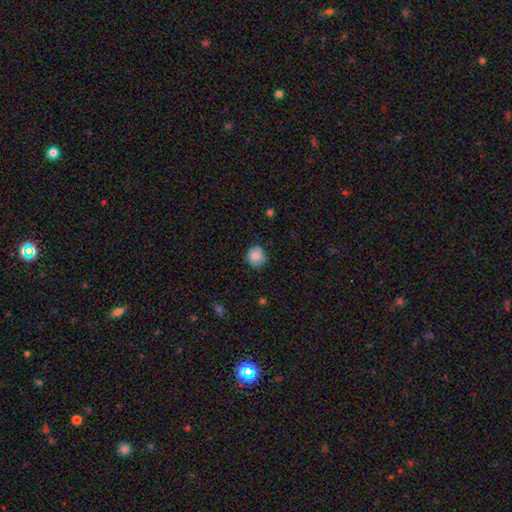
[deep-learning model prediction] smooth 86%, star or artifact 8%, featured or disk 6%. Down the decision tree: how rounded — round (86%); merging — none (82%).